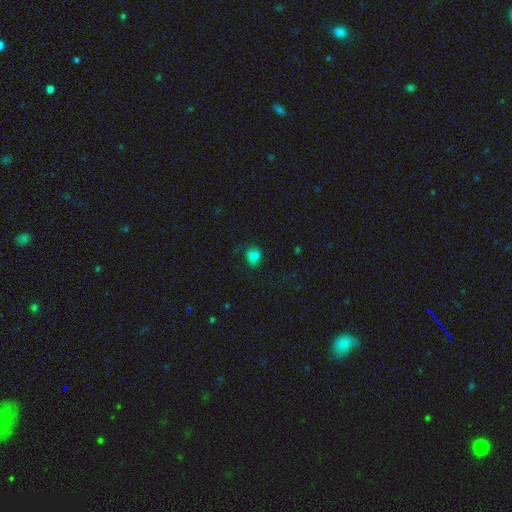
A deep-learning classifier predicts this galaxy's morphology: Smooth or featured? smooth (74%)
How rounded? round (54%)
Merging? none (58%)